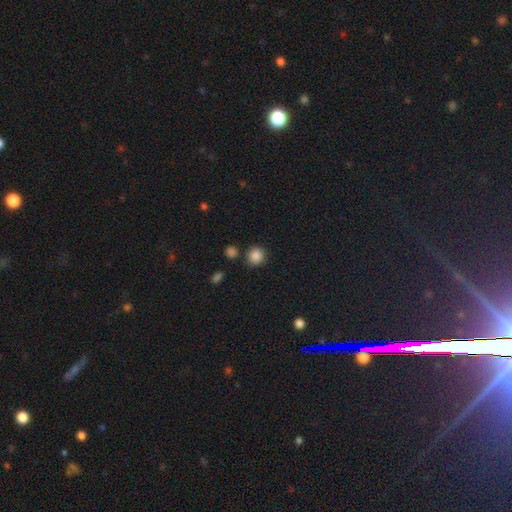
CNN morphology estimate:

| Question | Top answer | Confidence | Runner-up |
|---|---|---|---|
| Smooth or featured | smooth | 86% | star or artifact (10%) |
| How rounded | round | 89% | in between (10%) |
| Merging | none | 83% | minor disturbance (9%) |